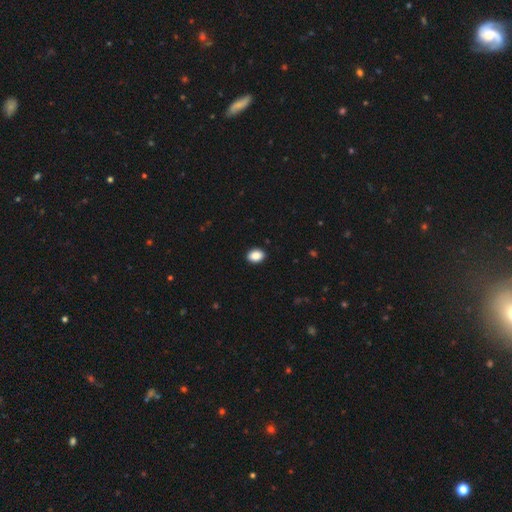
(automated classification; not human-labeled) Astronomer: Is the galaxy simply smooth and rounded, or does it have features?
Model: smooth — 89%.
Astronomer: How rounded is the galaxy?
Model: in between — 76%.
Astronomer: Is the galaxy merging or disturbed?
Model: none — 91%.